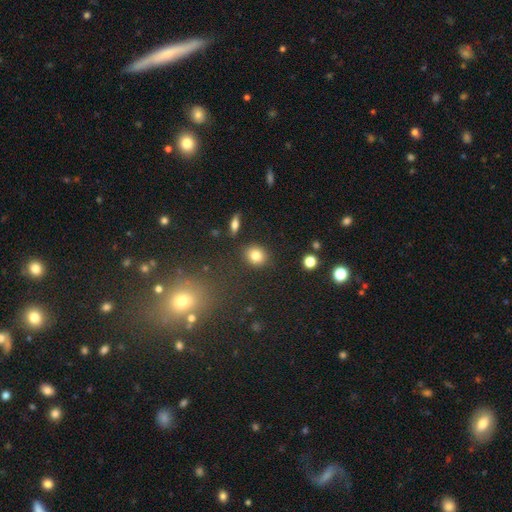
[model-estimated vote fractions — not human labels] Overall: smooth (82%). How rounded: round (67%; in between 31%). Merging: none (86%).